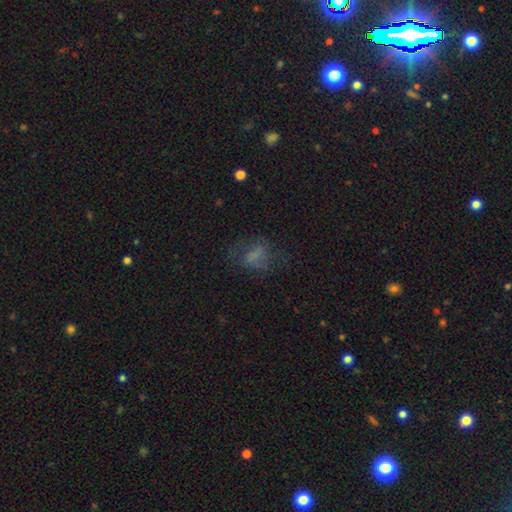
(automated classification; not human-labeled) Smooth or featured? Predicted: smooth (p=0.52). How rounded? Predicted: in between (p=0.67). Merging? Predicted: none (p=0.48).